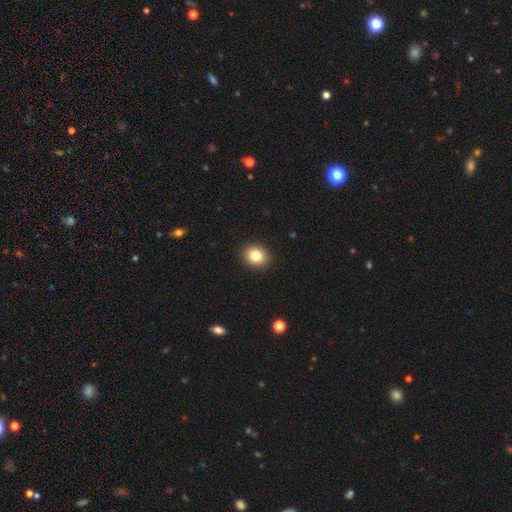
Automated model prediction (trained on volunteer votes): smooth 83%, star or artifact 10%, featured or disk 7%. Down the decision tree: how rounded — round (63%); merging — none (91%).